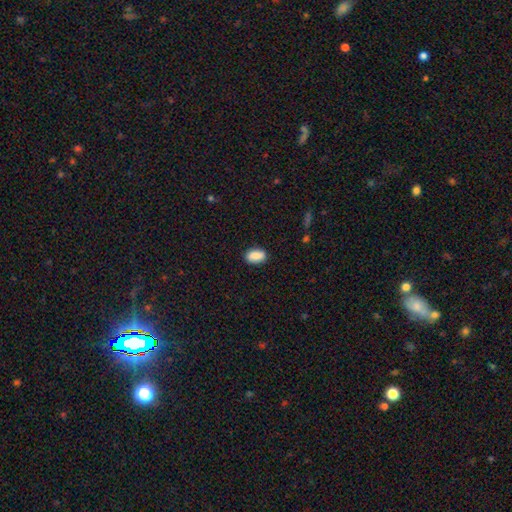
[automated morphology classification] A smooth galaxy with no disk features (87%) that is in between round and cigar-shaped (90%).

Vote fractions:
- Smooth or featured? smooth: 87% / star or artifact: 7% / featured or disk: 6%
- How rounded? in between: 90% / round: 7% / cigar-shaped: 3%
- Merging? none: 85% / minor disturbance: 11% / major disturbance: 2% / merger: 1%